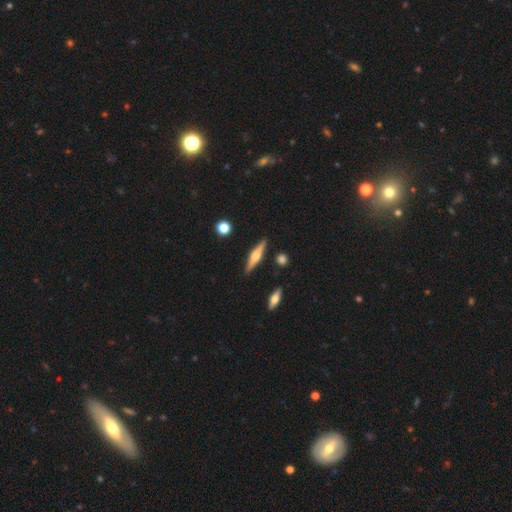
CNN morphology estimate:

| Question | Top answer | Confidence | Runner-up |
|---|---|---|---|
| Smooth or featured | featured or disk | 65% | smooth (29%) |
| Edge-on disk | yes | 97% | no (3%) |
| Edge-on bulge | rounded | 91% | boxy (6%) |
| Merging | none | 88% | minor disturbance (8%) |